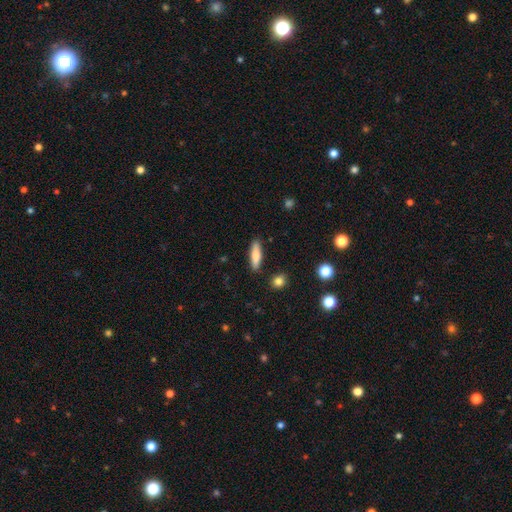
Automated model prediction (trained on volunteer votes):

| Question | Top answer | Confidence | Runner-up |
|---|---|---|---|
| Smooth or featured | smooth | 75% | featured or disk (18%) |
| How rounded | cigar-shaped | 61% | in between (37%) |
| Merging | none | 87% | minor disturbance (9%) |